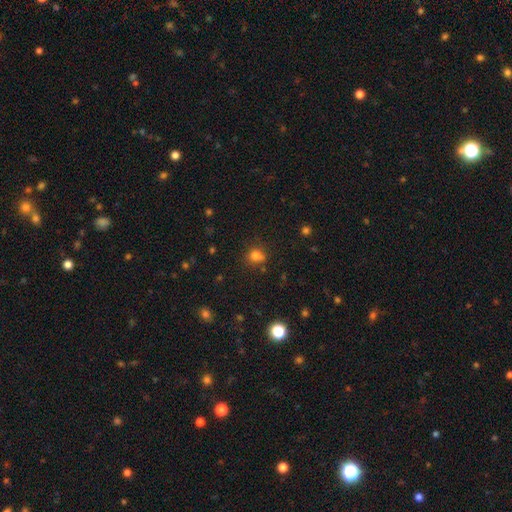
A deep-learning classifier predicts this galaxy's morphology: The model was most divided on "how rounded": round: 71%, in between: 28%, cigar-shaped: 1%. More confident: smooth or featured — smooth (76%); merging — none (63%).